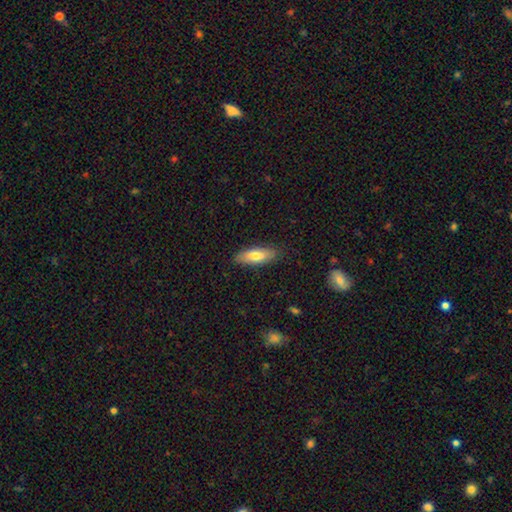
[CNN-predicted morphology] This is likely a smooth galaxy (72%). How rounded: likely in between (68%). Merging: clearly none (85%).